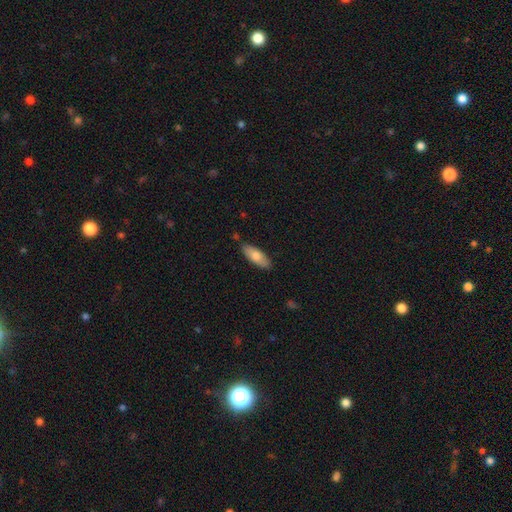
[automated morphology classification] Q: Smooth or featured?
A: smooth (75%); runner-up: featured or disk (19%)
Q: How rounded?
A: in between (73%); runner-up: cigar-shaped (26%)
Q: Merging?
A: none (83%); runner-up: minor disturbance (12%)